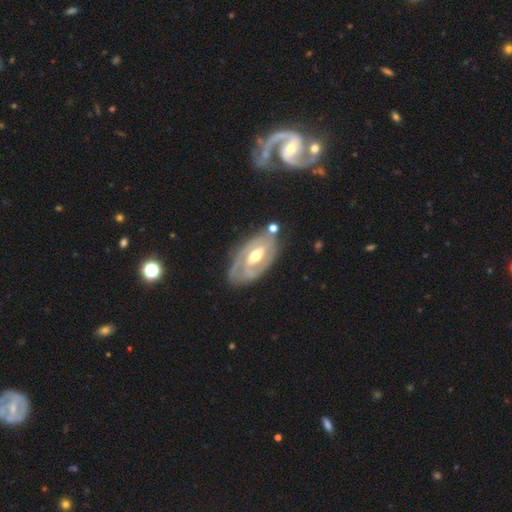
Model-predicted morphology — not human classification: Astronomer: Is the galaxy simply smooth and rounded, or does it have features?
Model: featured or disk — 84%.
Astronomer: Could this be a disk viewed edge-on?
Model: no — 94%.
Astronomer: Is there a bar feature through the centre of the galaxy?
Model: weak — 42% (runner-up: no, 32%).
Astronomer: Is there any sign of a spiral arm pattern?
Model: yes — 86%.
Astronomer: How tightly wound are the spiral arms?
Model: tight — 64%.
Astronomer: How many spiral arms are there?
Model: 2 — 57%.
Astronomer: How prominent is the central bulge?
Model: moderate — 71%.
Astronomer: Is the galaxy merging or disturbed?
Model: none — 68%.